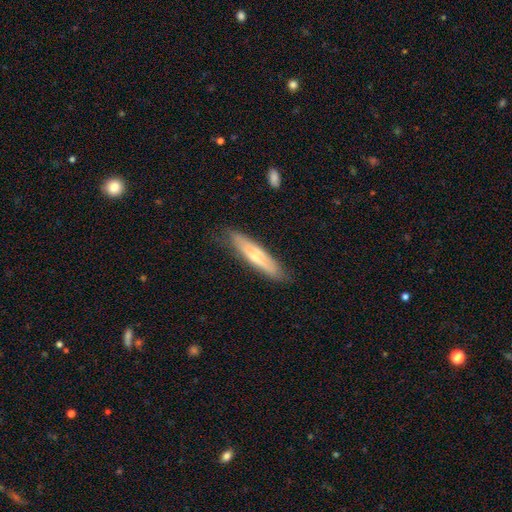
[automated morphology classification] Smooth or featured? Predicted: smooth (p=0.49). Merging? Predicted: none (p=0.77).